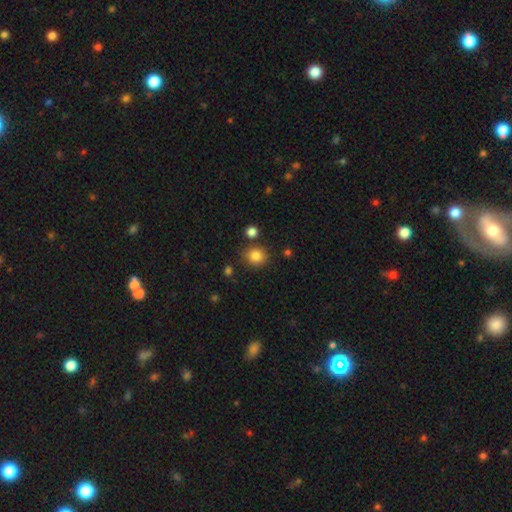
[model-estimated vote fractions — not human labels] Smooth or featured? Predicted: smooth (p=0.84). How rounded? Predicted: round (p=0.80). Merging? Predicted: none (p=0.81).